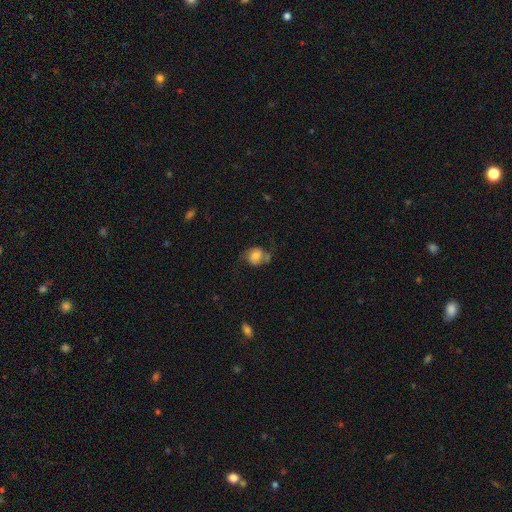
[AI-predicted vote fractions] Q: Smooth or featured?
A: smooth (57%); runner-up: featured or disk (34%)
Q: How rounded?
A: round (61%); runner-up: in between (38%)
Q: Merging?
A: none (50%); runner-up: minor disturbance (25%)